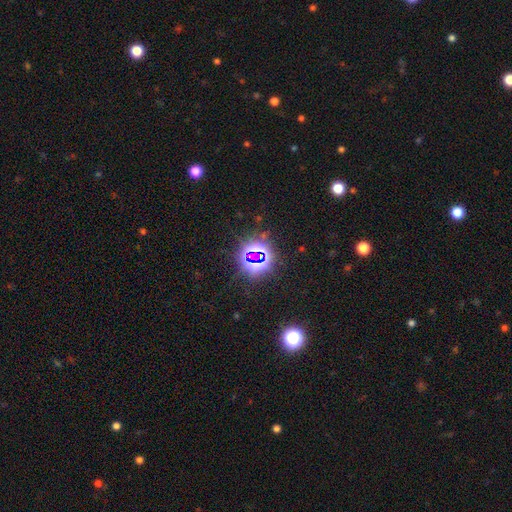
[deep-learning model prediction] smooth_or_featured: star or artifact (p=0.77) [alt: smooth p=0.14]